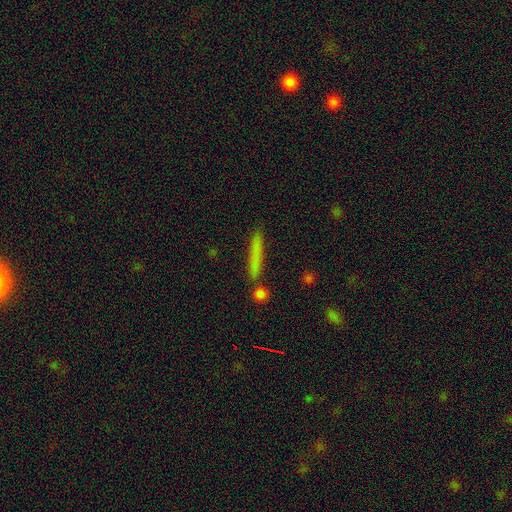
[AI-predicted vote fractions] The model was most divided on "smooth or featured": smooth: 70%, featured or disk: 21%, star or artifact: 9%. More confident: how rounded — cigar-shaped (94%); merging — none (82%).